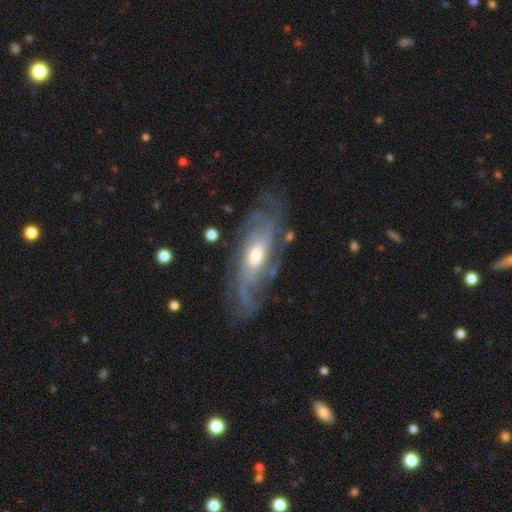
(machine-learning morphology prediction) Smooth or featured? featured or disk (85%)
Edge-on disk? no (88%)
Bar? no (59%)
Spiral arms? yes (94%)
Spiral winding? tight (54%)
Spiral arm count? can't tell (37%)
Bulge size? moderate (64%)
Merging? none (73%)